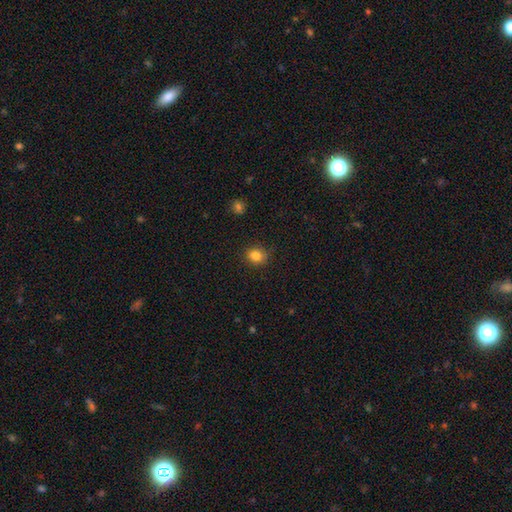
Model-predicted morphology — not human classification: smooth-or-featured: smooth: 84% | star or artifact: 11% | featured or disk: 5%
  how-rounded: round: 74% | in between: 25% | cigar-shaped: 1%
  merging: none: 87% | minor disturbance: 9% | major disturbance: 2% | merger: 1%